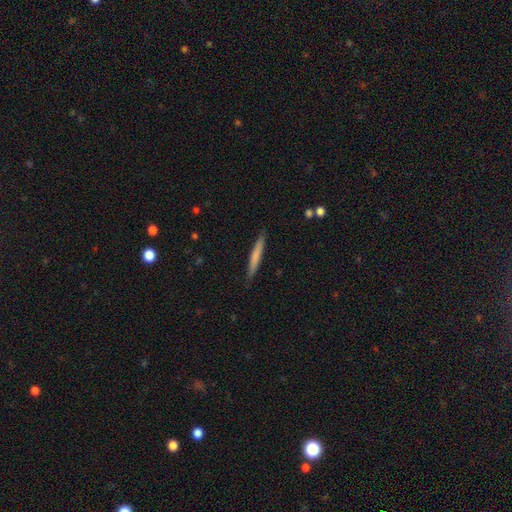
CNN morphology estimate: Smooth or featured? smooth (68%)
How rounded? cigar-shaped (96%)
Merging? none (88%)